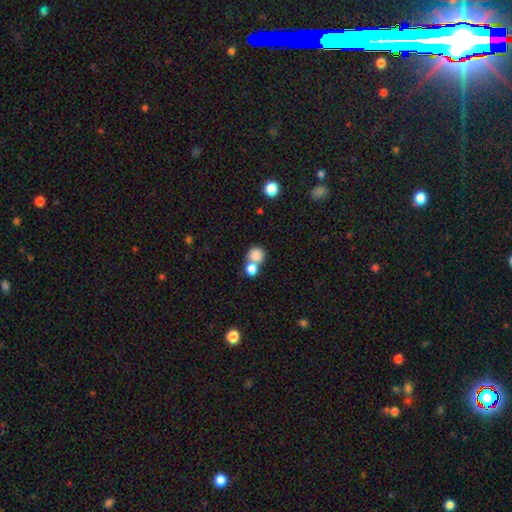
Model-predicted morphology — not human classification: This appears to be a smooth galaxy with no disk features (83%) that is round (86%). Merging: merger (48%).